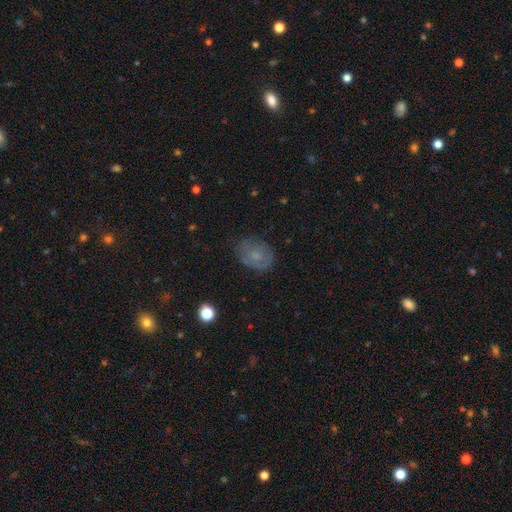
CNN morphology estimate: smooth 58%, featured or disk 31%, star or artifact 11%. Down the decision tree: how rounded — in between (62%); merging — none (70%).